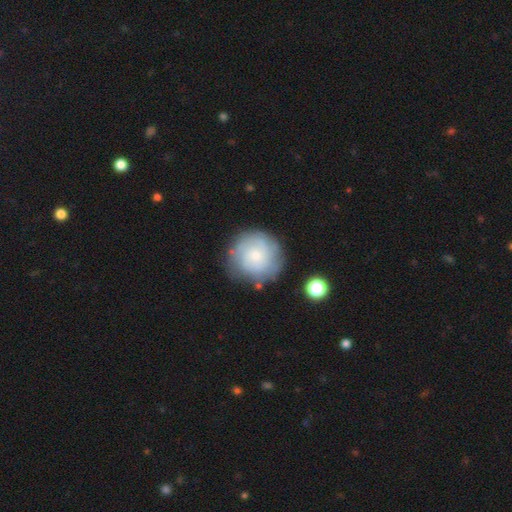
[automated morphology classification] type=smooth (49%); merging=none (75%).